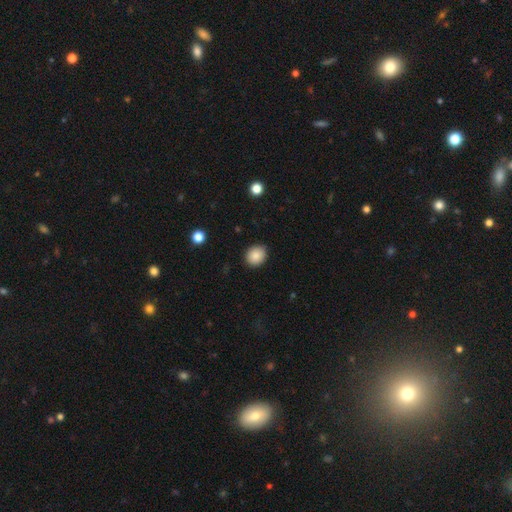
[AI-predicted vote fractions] smooth_or_featured: smooth (p=0.87) [alt: star or artifact p=0.09]
how_rounded: round (p=0.73) [alt: in between p=0.27]
merging: none (p=0.88) [alt: minor disturbance p=0.09]